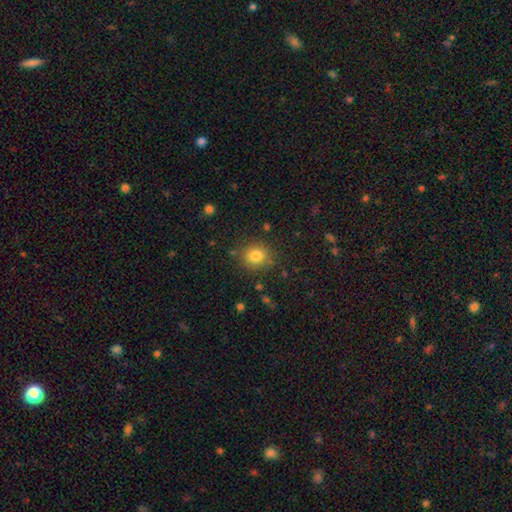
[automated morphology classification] Overall: smooth (81%). How rounded: round (80%). Merging: none (84%).